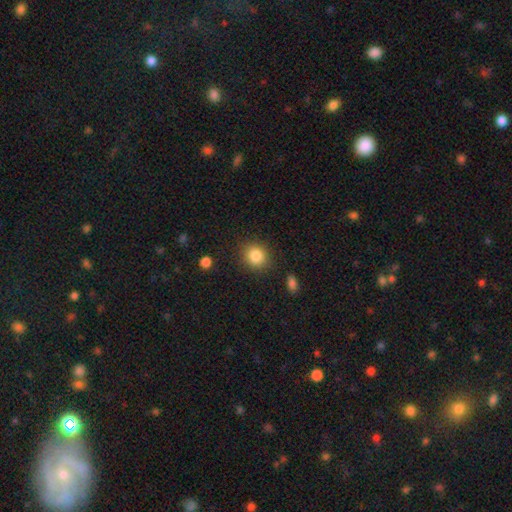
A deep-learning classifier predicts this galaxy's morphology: Smooth or featured? Predicted: smooth (p=0.86). How rounded? Predicted: round (p=0.81). Merging? Predicted: none (p=0.86).